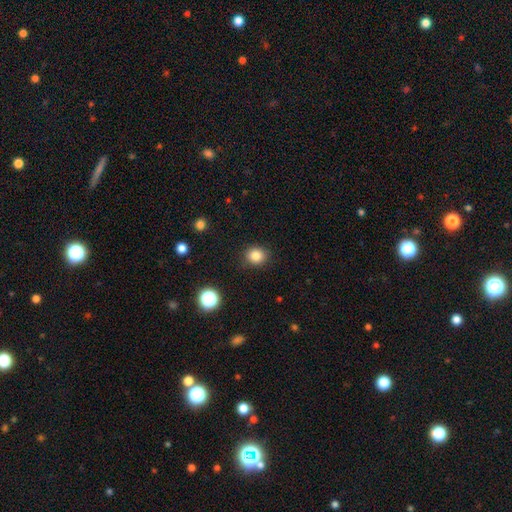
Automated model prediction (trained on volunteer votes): The model was most divided on "how rounded": round: 81%, in between: 18%, cigar-shaped: 1%. More confident: merging — none (89%); smooth or featured — smooth (83%).